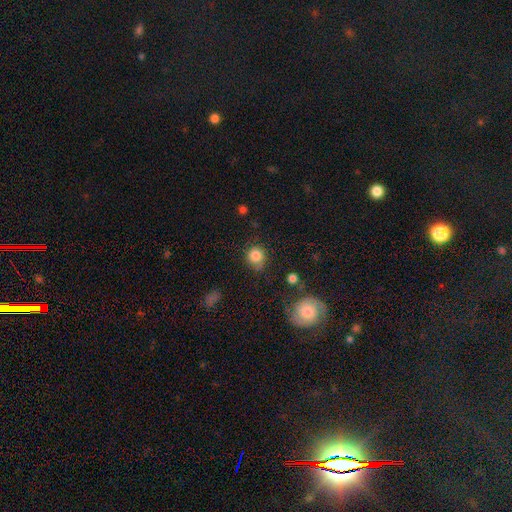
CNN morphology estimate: Smooth or featured? smooth (83%)
How rounded? round (86%)
Merging? none (73%)